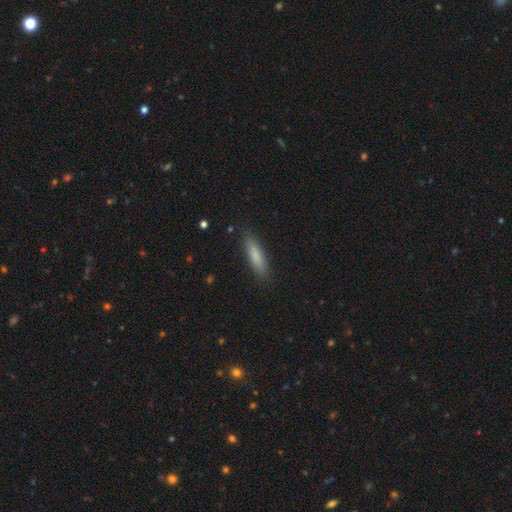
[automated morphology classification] This is clearly a smooth galaxy (82%). How rounded: likely cigar-shaped (71%). Merging: clearly none (87%).